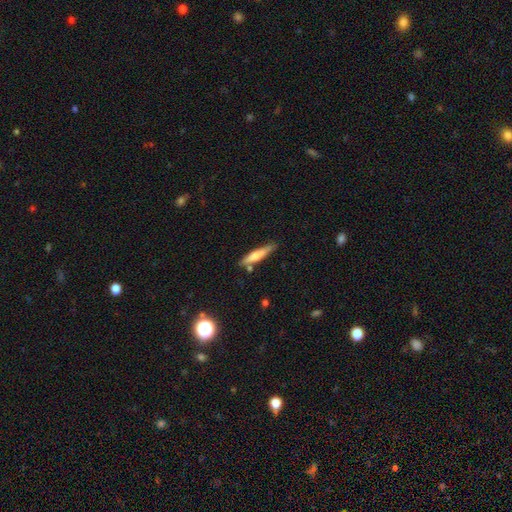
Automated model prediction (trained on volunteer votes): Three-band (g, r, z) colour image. It shows a smooth galaxy with no disk features (62%) that is cigar-shaped (88%). Merging: none (74%).